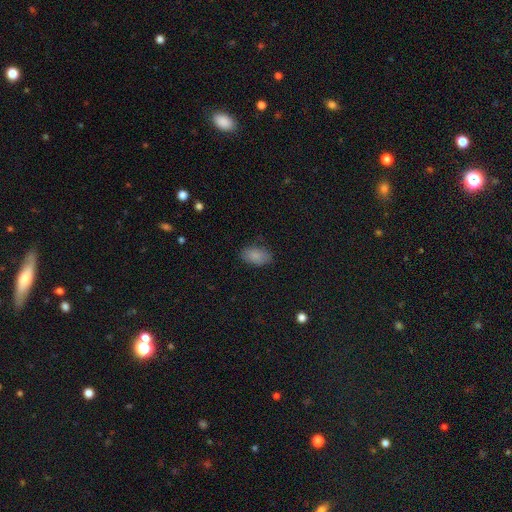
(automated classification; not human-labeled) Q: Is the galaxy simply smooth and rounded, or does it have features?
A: smooth — 87%.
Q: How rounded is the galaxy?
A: in between — 92%.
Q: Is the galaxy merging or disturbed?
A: none — 79%.